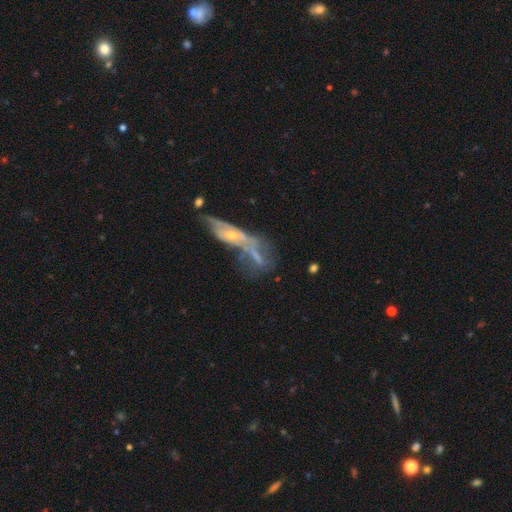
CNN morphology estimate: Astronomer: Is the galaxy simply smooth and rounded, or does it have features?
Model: featured or disk — 56% (runner-up: smooth, 34%).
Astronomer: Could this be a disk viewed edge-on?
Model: no — 74%.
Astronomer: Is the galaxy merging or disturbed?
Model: merger — 49%.